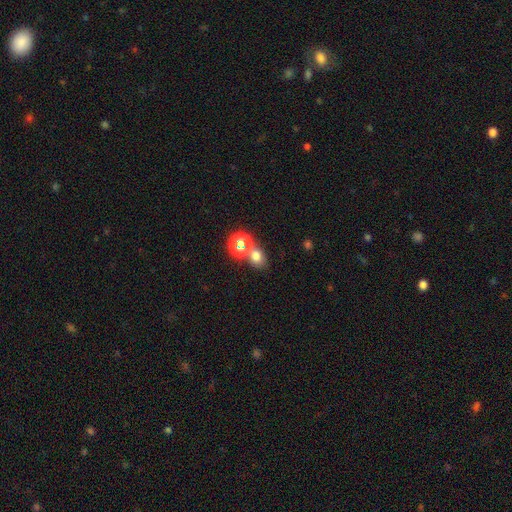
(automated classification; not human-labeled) Smooth or featured? Predicted: smooth (p=0.68). How rounded? Predicted: round (p=0.61). Merging? Predicted: none (p=0.59).